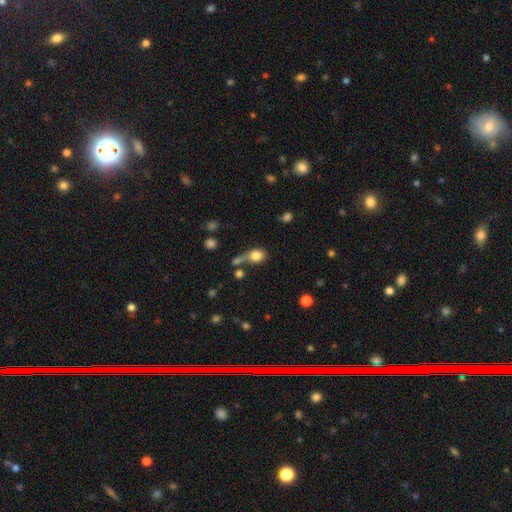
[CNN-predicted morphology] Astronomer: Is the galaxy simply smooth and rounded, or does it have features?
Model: smooth — 80%.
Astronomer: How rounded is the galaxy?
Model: round — 49% (runner-up: in between, 48%).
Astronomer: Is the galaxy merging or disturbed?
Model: none — 39% (runner-up: merger, 28%).